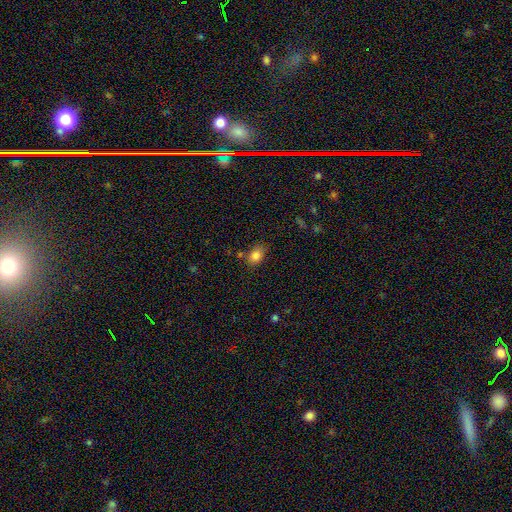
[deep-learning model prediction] This is clearly a smooth galaxy (83%). How rounded: likely in between (68%). Merging: likely none (69%).